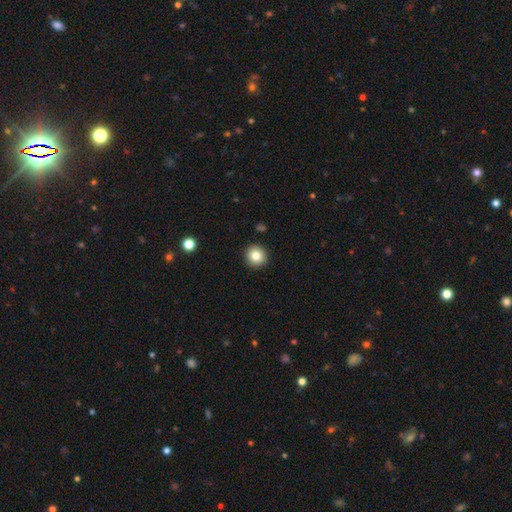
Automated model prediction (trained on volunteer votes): A smooth galaxy with no disk features (84%) that is round (92%).

Vote fractions:
- Smooth or featured? smooth: 84% / star or artifact: 10% / featured or disk: 6%
- How rounded? round: 92% / in between: 7% / cigar-shaped: 1%
- Merging? none: 92% / minor disturbance: 5% / major disturbance: 2% / merger: 1%